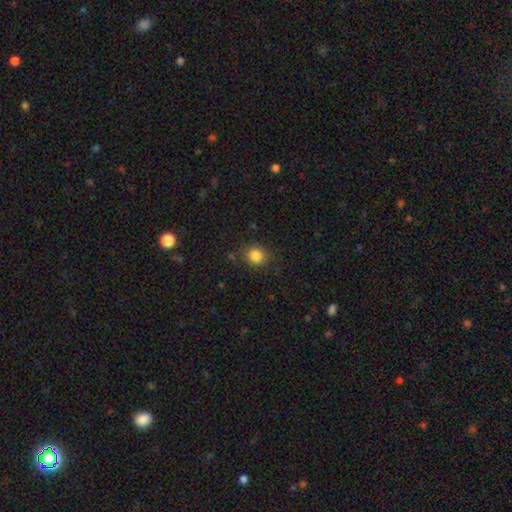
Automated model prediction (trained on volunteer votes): A smooth galaxy with no disk features (84%) that is round (79%). Merging: none (82%).